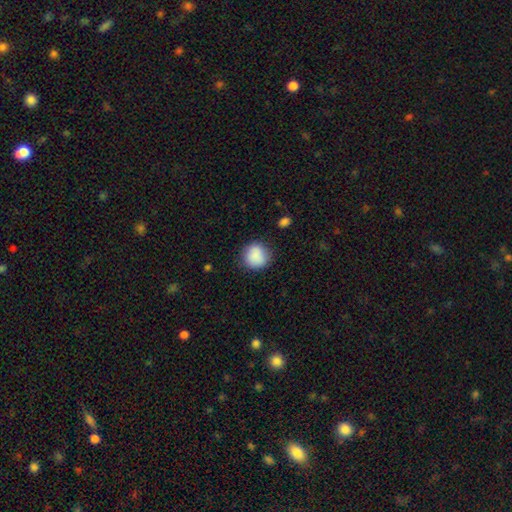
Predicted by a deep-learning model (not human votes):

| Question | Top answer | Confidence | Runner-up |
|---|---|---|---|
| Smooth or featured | smooth | 88% | star or artifact (8%) |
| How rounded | round | 87% | in between (12%) |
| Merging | none | 82% | minor disturbance (13%) |